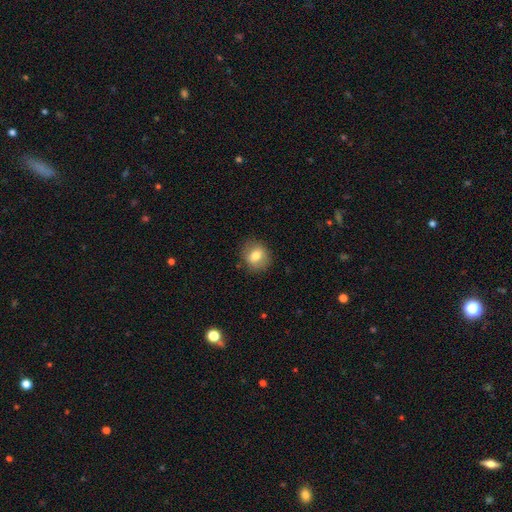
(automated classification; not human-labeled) smooth_or_featured: smooth (p=0.75) [alt: featured or disk p=0.16]
how_rounded: round (p=0.75) [alt: in between p=0.24]
merging: none (p=0.84) [alt: minor disturbance p=0.12]